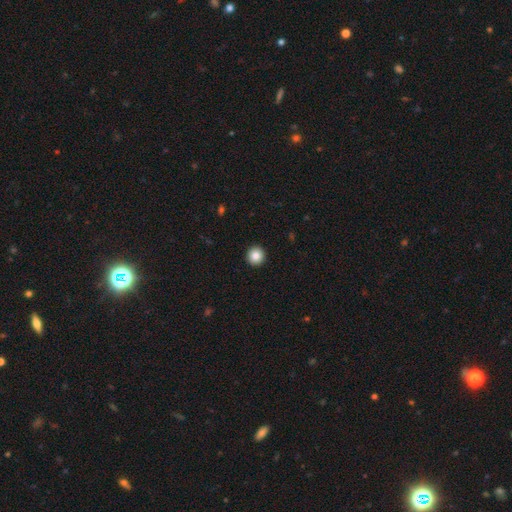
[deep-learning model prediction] This is clearly a smooth galaxy (84%). How rounded: clearly round (95%). Merging: clearly none (94%).